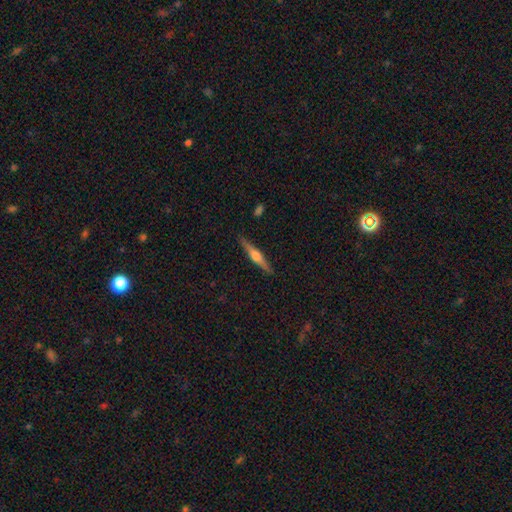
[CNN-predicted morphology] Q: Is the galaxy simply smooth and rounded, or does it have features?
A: featured or disk — 70%.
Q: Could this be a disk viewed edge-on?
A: yes — 98%.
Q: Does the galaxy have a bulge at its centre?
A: rounded — 90%.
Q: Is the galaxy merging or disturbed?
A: none — 89%.